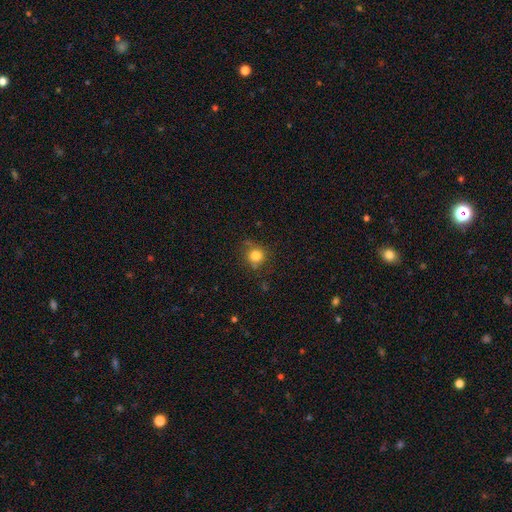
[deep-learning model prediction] Smooth or featured? smooth (81%)
How rounded? round (89%)
Merging? none (75%)